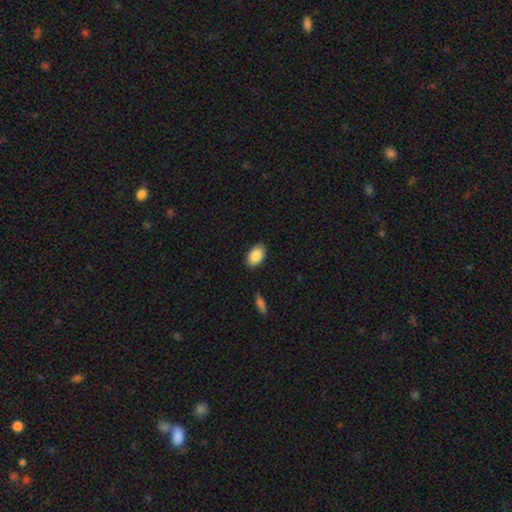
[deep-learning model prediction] Overall: smooth (89%). How rounded: in between (91%). Merging: none (87%).